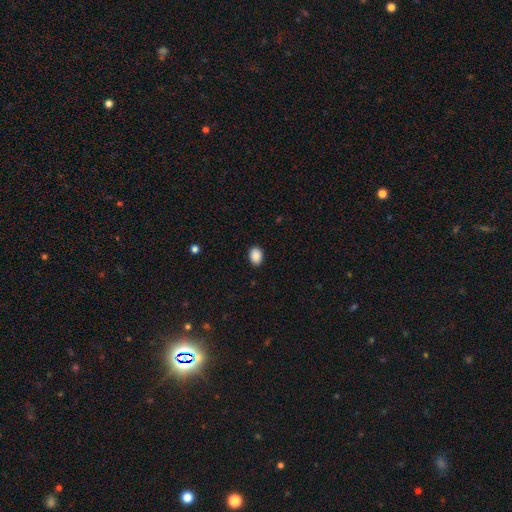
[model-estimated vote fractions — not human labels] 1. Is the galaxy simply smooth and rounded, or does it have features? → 90% smooth, 8% star or artifact, 2% featured or disk.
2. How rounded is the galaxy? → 72% in between, 27% round, 1% cigar-shaped.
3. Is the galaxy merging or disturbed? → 90% none, 7% minor disturbance, 2% major disturbance, 1% merger.